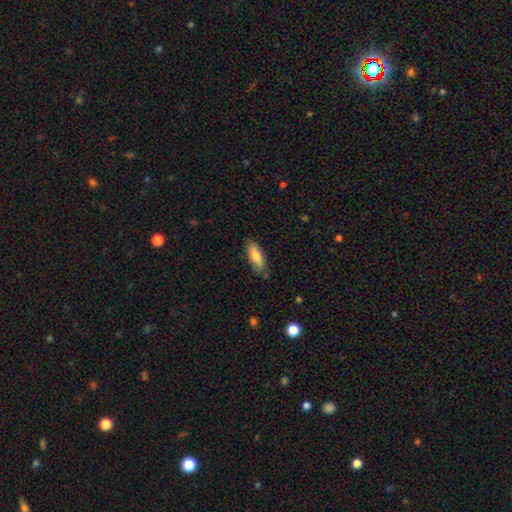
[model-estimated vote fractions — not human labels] This appears to be a smooth galaxy with no disk features (81%) that is in between round and cigar-shaped (69%). Merging: none (80%).